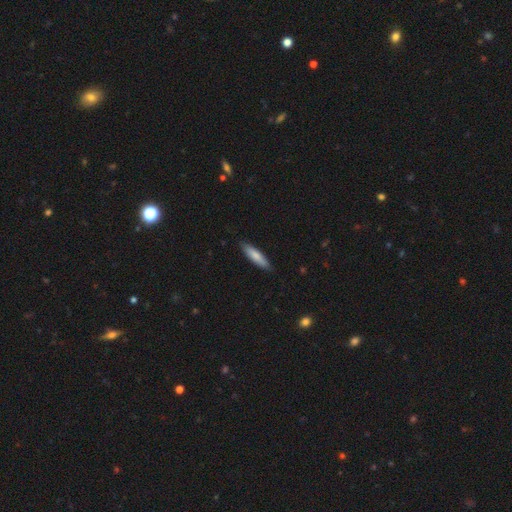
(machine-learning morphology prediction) type=smooth (77%); roundness=cigar-shaped (70%); merging=none (86%).